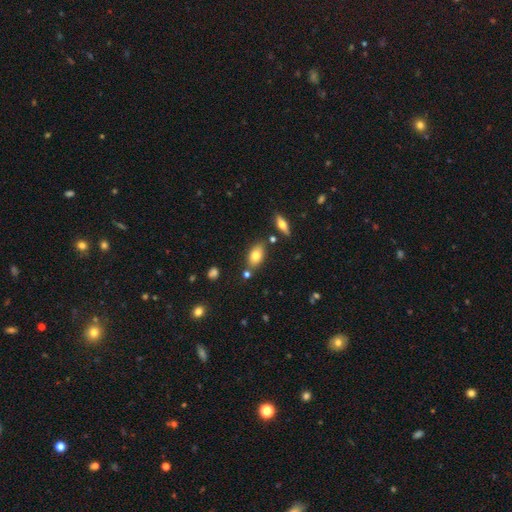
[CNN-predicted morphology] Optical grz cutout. It shows a smooth galaxy with no disk features (77%) that is in between round and cigar-shaped (88%). Merging: none (74%).